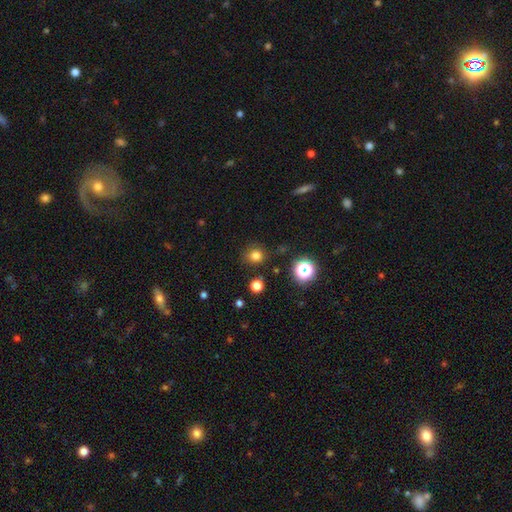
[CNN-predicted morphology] Q: Smooth or featured?
A: smooth (78%); runner-up: star or artifact (17%)
Q: How rounded?
A: round (88%); runner-up: in between (11%)
Q: Merging?
A: none (83%); runner-up: minor disturbance (10%)